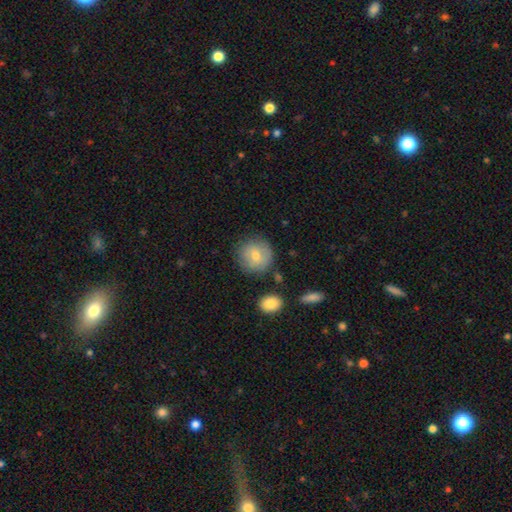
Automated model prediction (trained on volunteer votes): Smooth or featured? smooth (71%)
How rounded? round (91%)
Merging? none (81%)